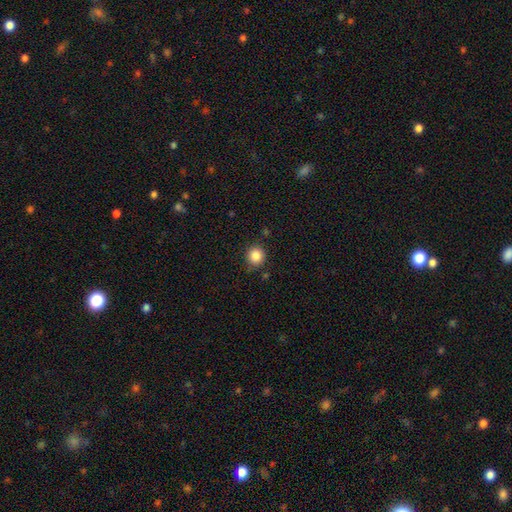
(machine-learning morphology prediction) Smooth or featured: smooth — 85% (star or artifact — 10%)
How rounded: round — 89% (in between — 10%)
Merging: none — 85% (minor disturbance — 10%)